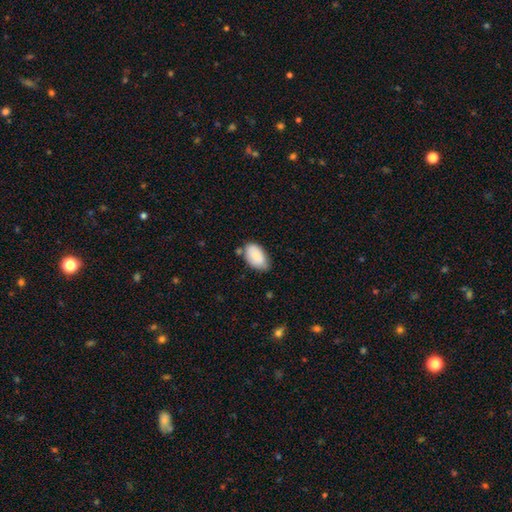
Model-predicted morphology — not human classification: Smooth or featured? smooth (82%)
How rounded? in between (94%)
Merging? none (60%)